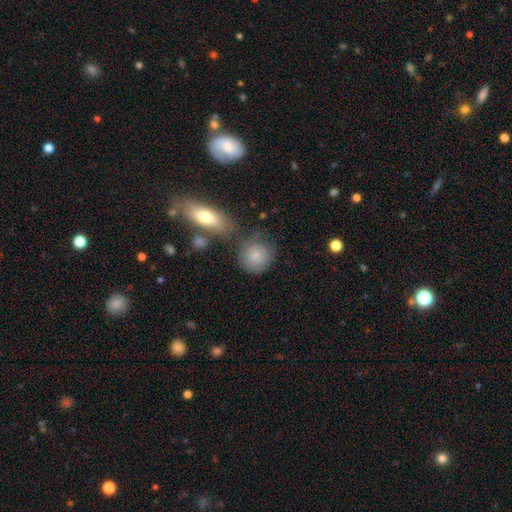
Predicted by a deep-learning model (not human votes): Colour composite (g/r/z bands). It shows a smooth galaxy with no disk features (82%) that is round (86%). Merging: none (64%).